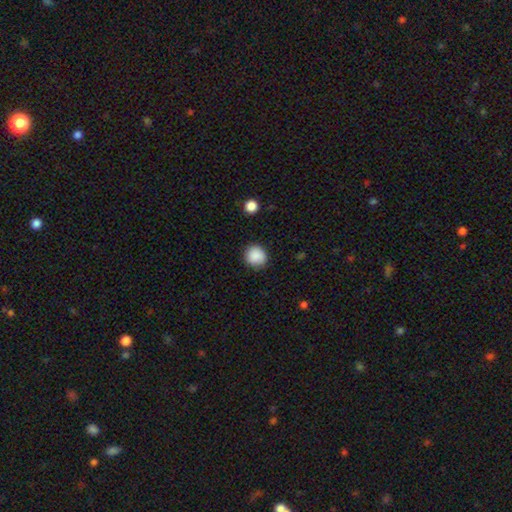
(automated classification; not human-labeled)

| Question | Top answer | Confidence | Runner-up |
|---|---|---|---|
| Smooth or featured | smooth | 88% | star or artifact (9%) |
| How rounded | round | 88% | in between (11%) |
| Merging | none | 85% | minor disturbance (11%) |